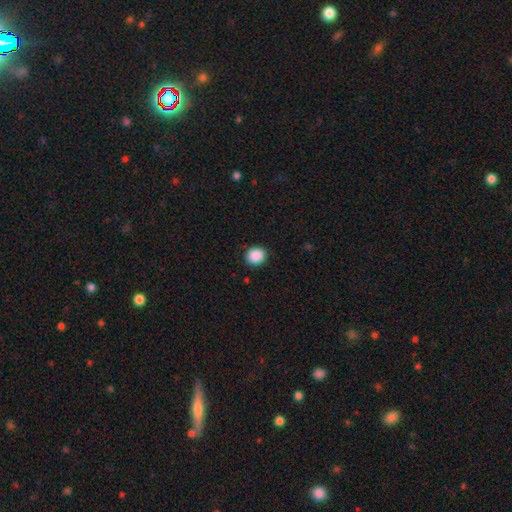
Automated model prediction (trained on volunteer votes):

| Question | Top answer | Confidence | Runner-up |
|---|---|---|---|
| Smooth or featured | smooth | 89% | star or artifact (8%) |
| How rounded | round | 81% | in between (18%) |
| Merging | none | 90% | minor disturbance (7%) |